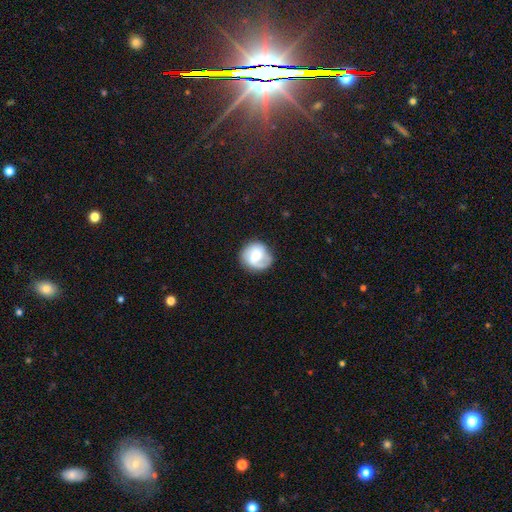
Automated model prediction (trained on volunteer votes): Morphology: type=featured or disk (50%); edge-on=no (98%); merging=none (72%).